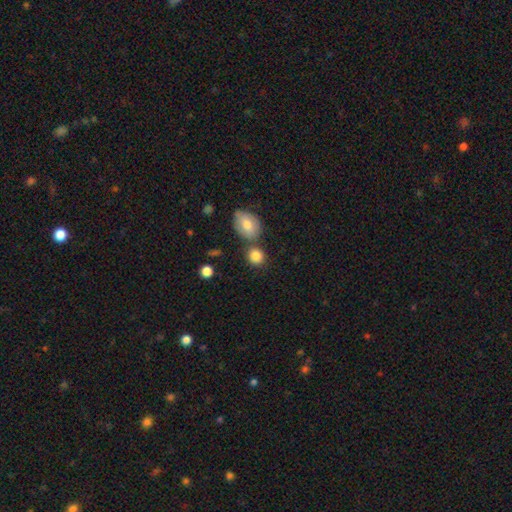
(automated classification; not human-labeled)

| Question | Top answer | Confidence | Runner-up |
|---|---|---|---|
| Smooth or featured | smooth | 85% | star or artifact (9%) |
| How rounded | round | 75% | in between (24%) |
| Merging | none | 65% | merger (21%) |